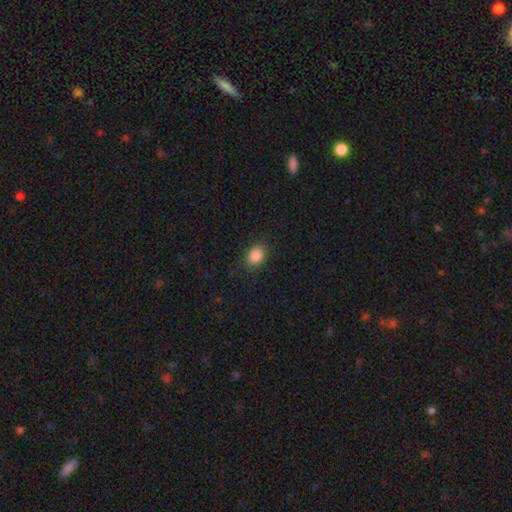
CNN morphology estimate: Smooth or featured?
  - smooth: 87% *
  - star or artifact: 9%
  - featured or disk: 4%
How rounded?
  - in between: 68% *
  - round: 31%
  - cigar-shaped: 1%
Merging?
  - none: 86% *
  - minor disturbance: 10%
  - major disturbance: 3%
  - merger: 1%